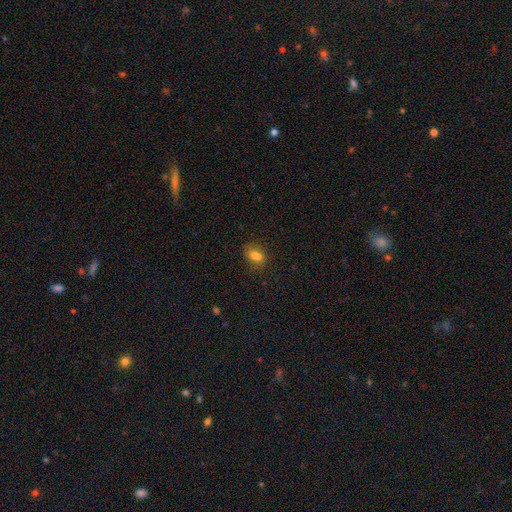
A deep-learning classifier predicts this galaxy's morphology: smooth-or-featured: smooth: 75% | star or artifact: 14% | featured or disk: 11%
  how-rounded: in between: 67% | round: 29% | cigar-shaped: 3%
  merging: none: 56% | merger: 21% | minor disturbance: 17% | major disturbance: 6%